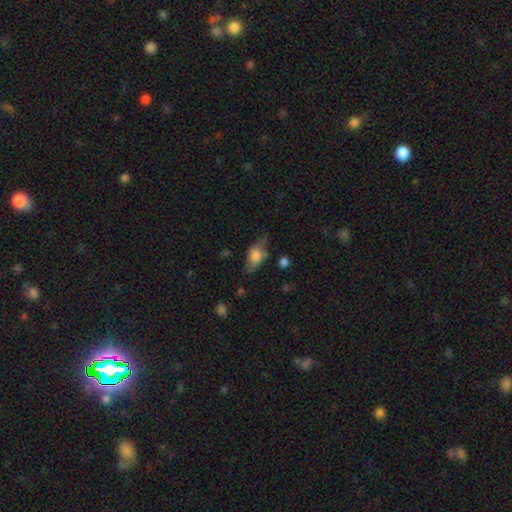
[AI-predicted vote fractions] smooth-or-featured: smooth: 66% | featured or disk: 26% | star or artifact: 8%
  how-rounded: in between: 82% | cigar-shaped: 12% | round: 6%
  merging: none: 60% | minor disturbance: 27% | major disturbance: 9% | merger: 4%